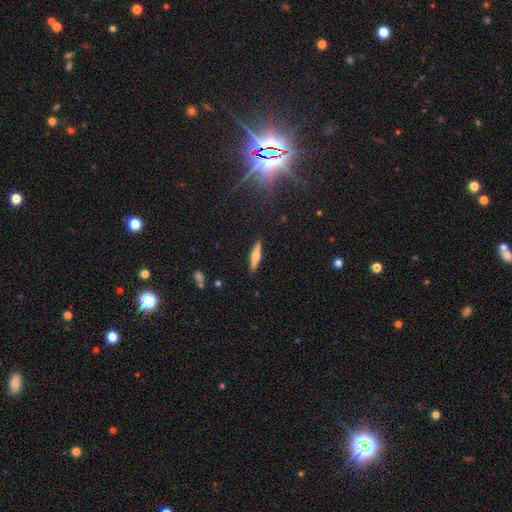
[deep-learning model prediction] The model was most divided on "smooth or featured": featured or disk: 59%, smooth: 34%, star or artifact: 7%. More confident: edge-on disk — yes (96%); edge-on bulge — rounded (93%); merging — none (90%).